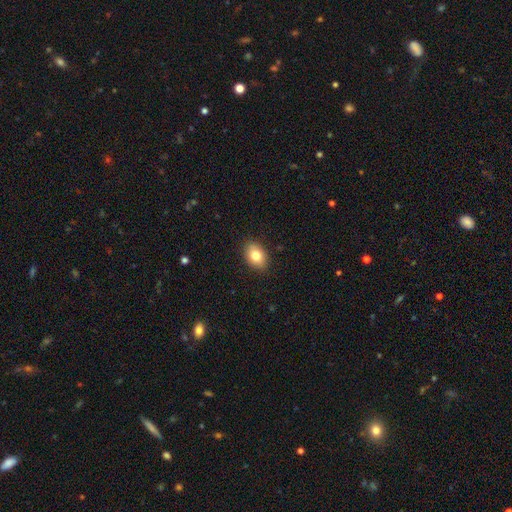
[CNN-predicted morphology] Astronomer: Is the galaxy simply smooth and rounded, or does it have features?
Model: smooth — 80%.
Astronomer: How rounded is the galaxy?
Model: in between — 78%.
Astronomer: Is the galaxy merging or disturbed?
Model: none — 88%.